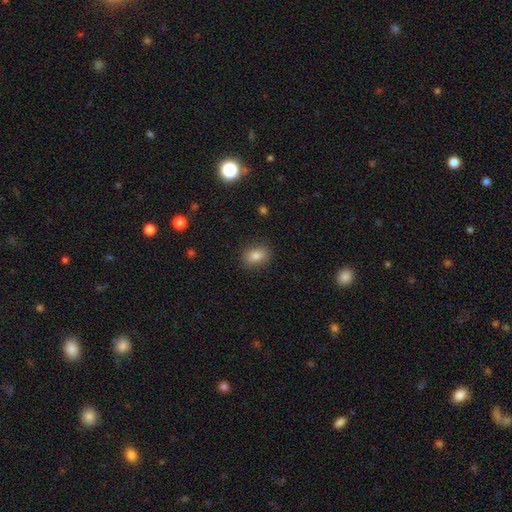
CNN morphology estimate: A smooth galaxy with no disk features (82%) that is in between round and cigar-shaped (71%).

Vote fractions:
- Smooth or featured? smooth: 82% / star or artifact: 10% / featured or disk: 8%
- How rounded? in between: 71% / round: 27% / cigar-shaped: 2%
- Merging? none: 86% / minor disturbance: 10% / major disturbance: 3% / merger: 1%